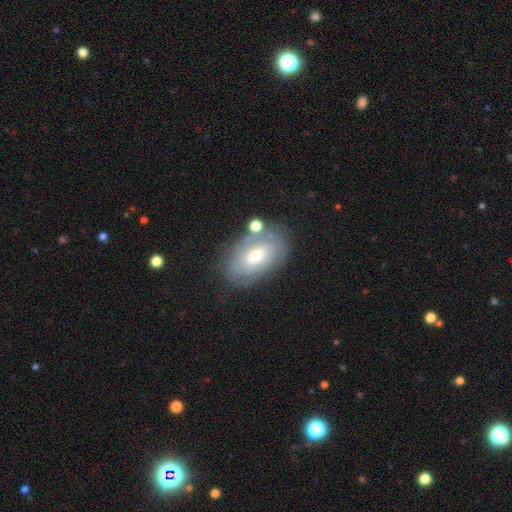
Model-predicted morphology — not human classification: Overall: featured or disk (58%; smooth 34%). Edge-on disk: no (94%). Bar: no (60%; weak 32%). Spiral arms: yes (76%). Bulge size: moderate (57%; small 33%). Merging: none (67%).